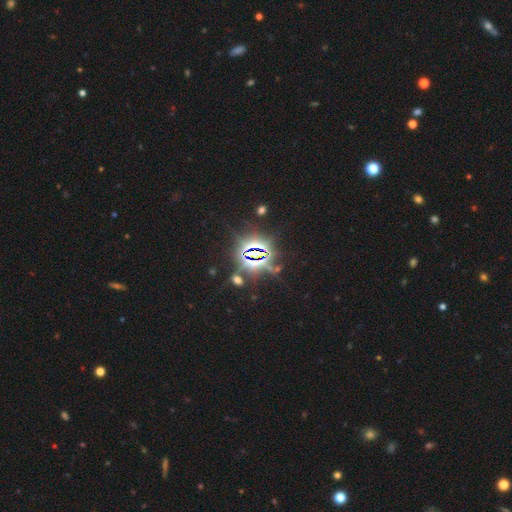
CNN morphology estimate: Smooth or featured?
  - star or artifact: 81% *
  - smooth: 10%
  - featured or disk: 8%